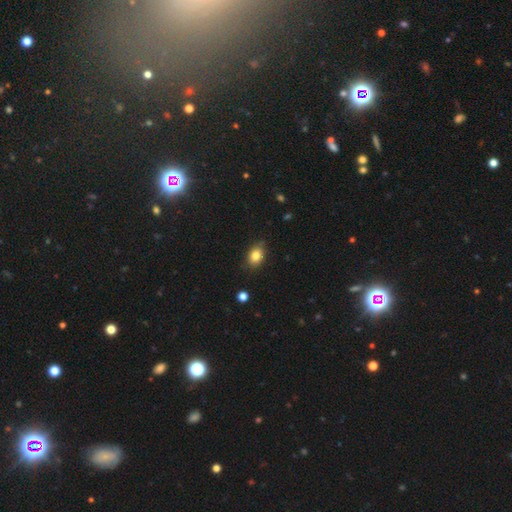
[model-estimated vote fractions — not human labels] smooth_or_featured: smooth (p=0.82) [alt: star or artifact p=0.09]
how_rounded: in between (p=0.71) [alt: round p=0.27]
merging: none (p=0.76) [alt: minor disturbance p=0.19]